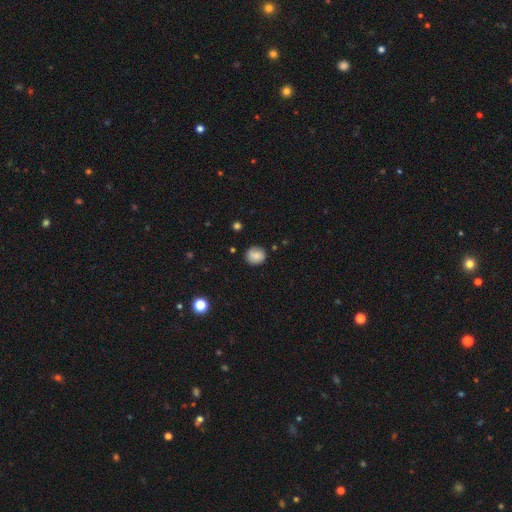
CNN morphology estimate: A smooth galaxy with no disk features (80%) that is round (83%). Merging: none (82%).